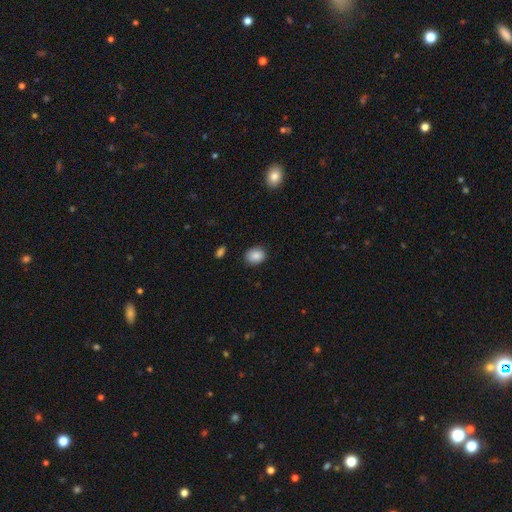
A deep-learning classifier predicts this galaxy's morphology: Smooth or featured: smooth — 87% (star or artifact — 8%)
How rounded: round — 50% (in between — 49%)
Merging: none — 87% (minor disturbance — 9%)